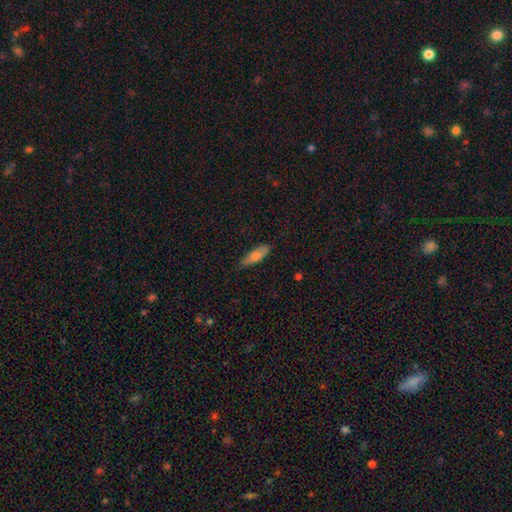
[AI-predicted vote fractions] A smooth galaxy with no disk features (71%) that is cigar-shaped (50%).

Vote fractions:
- Smooth or featured? smooth: 71% / featured or disk: 23% / star or artifact: 6%
- How rounded? cigar-shaped: 50% / in between: 48% / round: 2%
- Merging? none: 76% / minor disturbance: 20% / major disturbance: 3% / merger: 1%